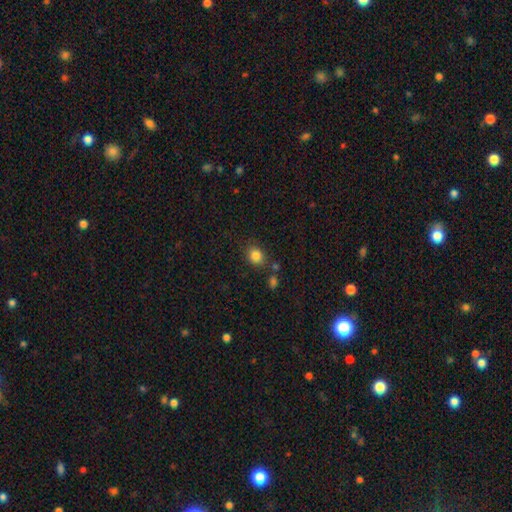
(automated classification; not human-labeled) Smooth or featured?
  - smooth: 84% *
  - star or artifact: 11%
  - featured or disk: 6%
How rounded?
  - round: 63% *
  - in between: 36%
  - cigar-shaped: 1%
Merging?
  - none: 77% *
  - minor disturbance: 12%
  - merger: 7%
  - major disturbance: 4%